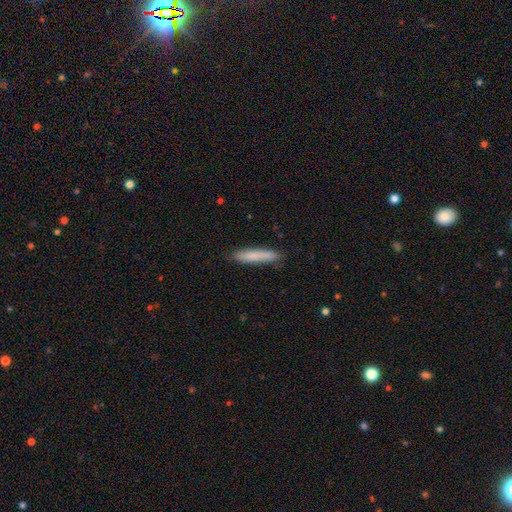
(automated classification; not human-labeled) A smooth galaxy with no disk features (81%) that is cigar-shaped (93%). Merging: none (88%).